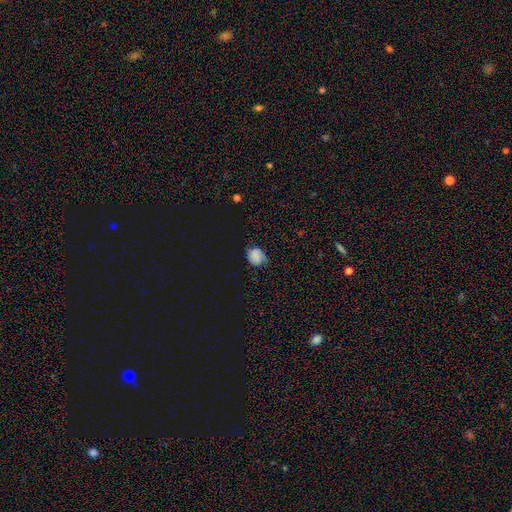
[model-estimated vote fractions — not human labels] A smooth galaxy with no disk features (68%) that is round (64%).

Vote fractions:
- Smooth or featured? smooth: 68% / featured or disk: 19% / star or artifact: 13%
- How rounded? round: 64% / in between: 35% / cigar-shaped: 1%
- Merging? none: 65% / minor disturbance: 27% / major disturbance: 7% / merger: 1%